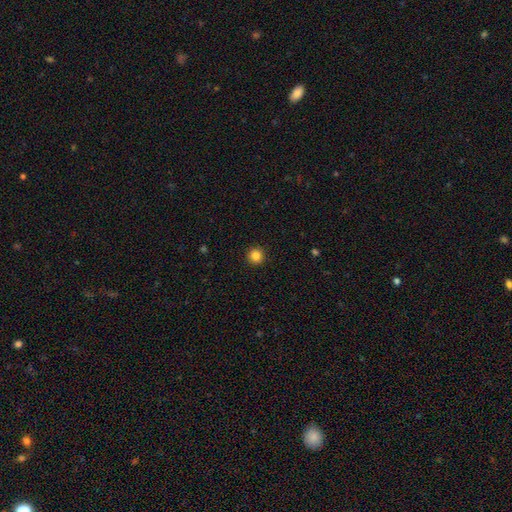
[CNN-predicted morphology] A smooth galaxy with no disk features (85%) that is round (96%).

Vote fractions:
- Smooth or featured? smooth: 85% / star or artifact: 11% / featured or disk: 4%
- How rounded? round: 96% / in between: 3% / cigar-shaped: 1%
- Merging? none: 93% / minor disturbance: 4% / major disturbance: 2% / merger: 1%